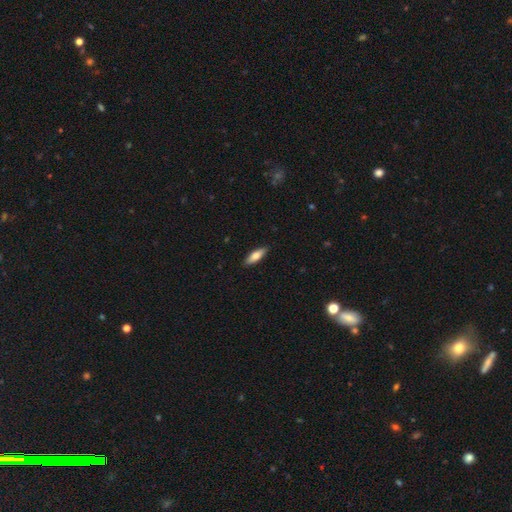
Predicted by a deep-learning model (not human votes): Smooth or featured? smooth (75%)
How rounded? in between (57%)
Merging? none (88%)